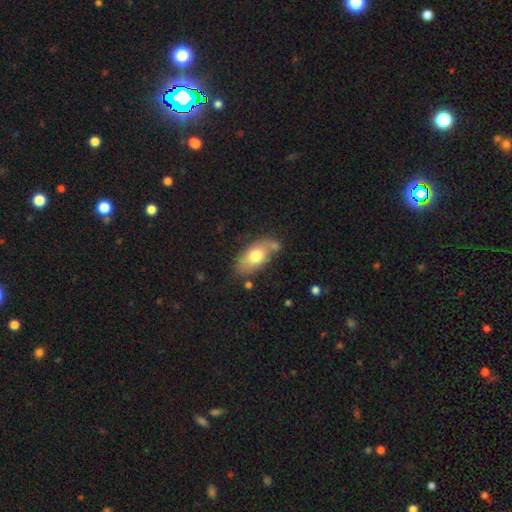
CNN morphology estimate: This appears to be a smooth galaxy with no disk features (71%) that is in between round and cigar-shaped (90%). Merging: none (58%).